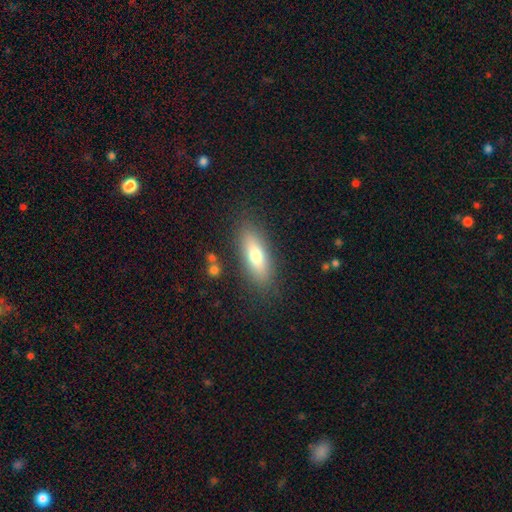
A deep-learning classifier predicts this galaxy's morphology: smooth-or-featured: smooth: 70% | featured or disk: 23% | star or artifact: 7%
  how-rounded: in between: 62% | cigar-shaped: 35% | round: 3%
  merging: none: 84% | minor disturbance: 10% | major disturbance: 3% | merger: 2%